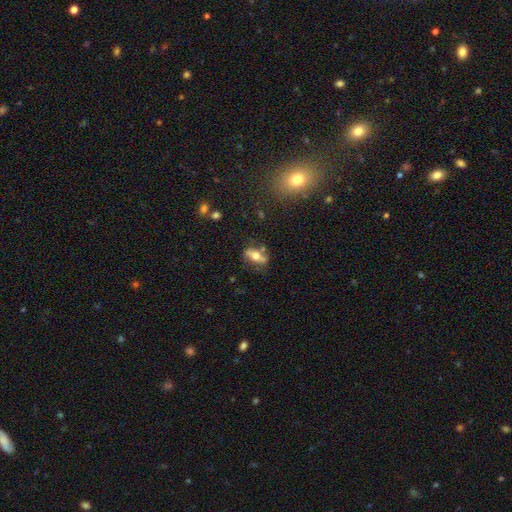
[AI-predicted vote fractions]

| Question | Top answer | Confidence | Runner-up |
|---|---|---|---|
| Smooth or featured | featured or disk | 46% | smooth (45%) |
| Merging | none | 68% | minor disturbance (18%) |